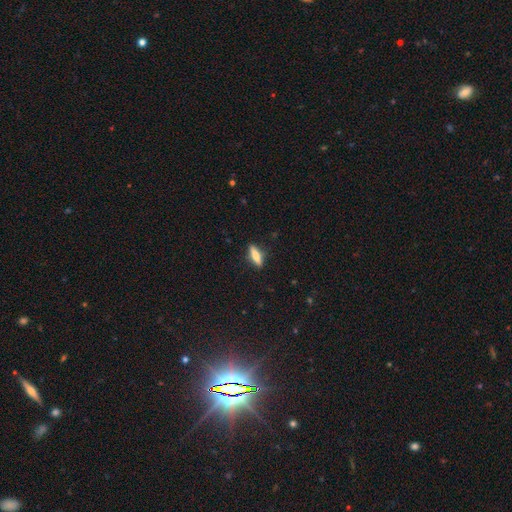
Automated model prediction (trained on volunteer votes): This appears to be a smooth galaxy with no disk features (63%) that is cigar-shaped (63%). Merging: none (86%).